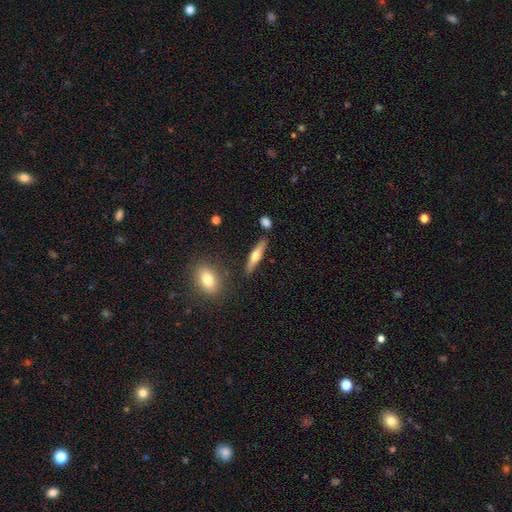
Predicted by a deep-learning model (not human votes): This appears to be a featured or disk galaxy (49%). Merging: none (84%).